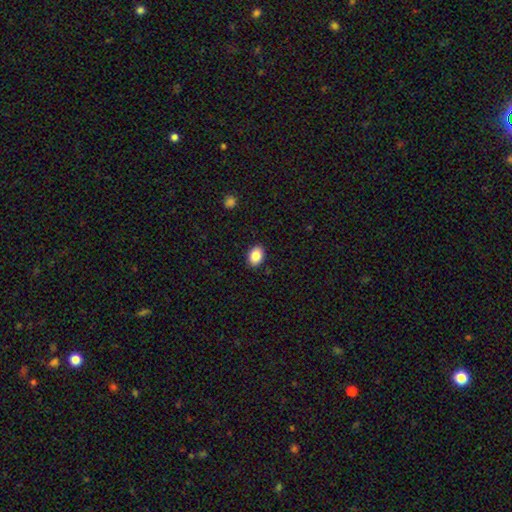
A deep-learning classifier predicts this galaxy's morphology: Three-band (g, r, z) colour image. It shows a smooth galaxy with no disk features (87%) that is in between round and cigar-shaped (77%). Merging: none (89%).